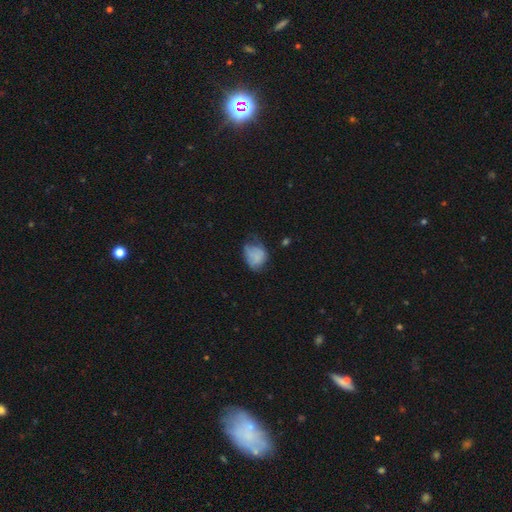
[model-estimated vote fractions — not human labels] Smooth or featured? Predicted: smooth (p=0.72). How rounded? Predicted: in between (p=0.54). Merging? Predicted: minor disturbance (p=0.40).